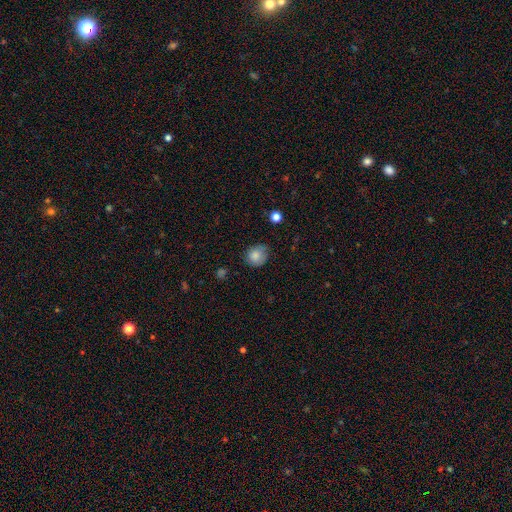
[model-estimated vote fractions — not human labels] Smooth or featured?
  - smooth: 84% *
  - star or artifact: 9%
  - featured or disk: 7%
How rounded?
  - round: 78% *
  - in between: 21%
  - cigar-shaped: 1%
Merging?
  - none: 67% *
  - minor disturbance: 26%
  - major disturbance: 6%
  - merger: 1%